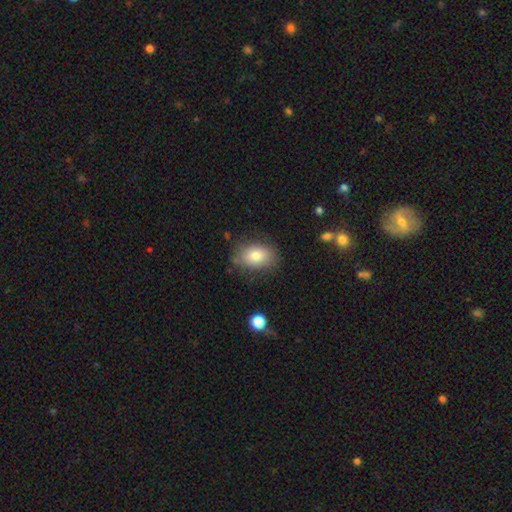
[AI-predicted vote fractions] smooth 80%, featured or disk 12%, star or artifact 8%. Down the decision tree: how rounded — in between (84%); merging — none (78%).